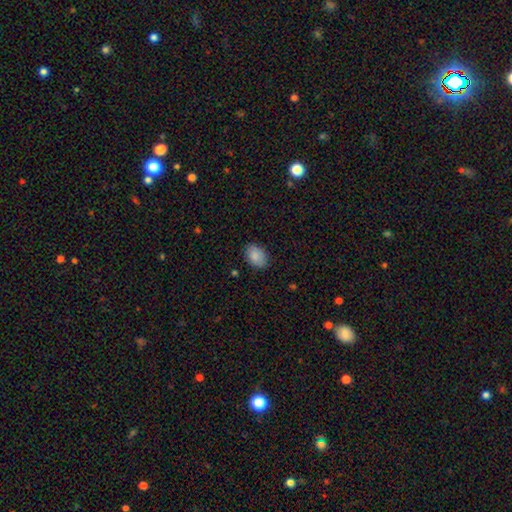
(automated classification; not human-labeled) smooth 88%, star or artifact 7%, featured or disk 5%. Down the decision tree: how rounded — in between (84%); merging — none (85%).